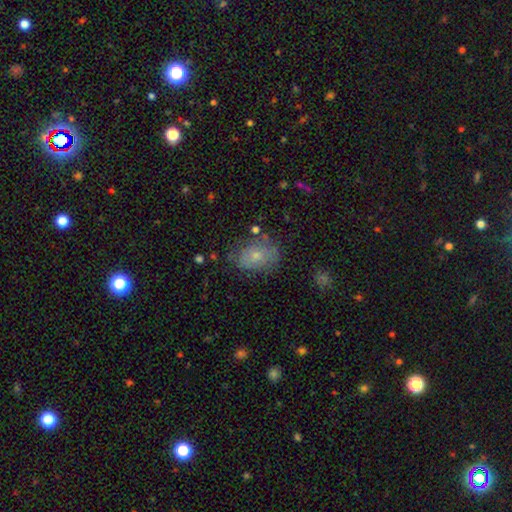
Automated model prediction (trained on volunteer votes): smooth_or_featured: smooth (p=0.67) [alt: featured or disk p=0.23]
how_rounded: in between (p=0.71) [alt: round p=0.27]
merging: none (p=0.62) [alt: minor disturbance p=0.25]